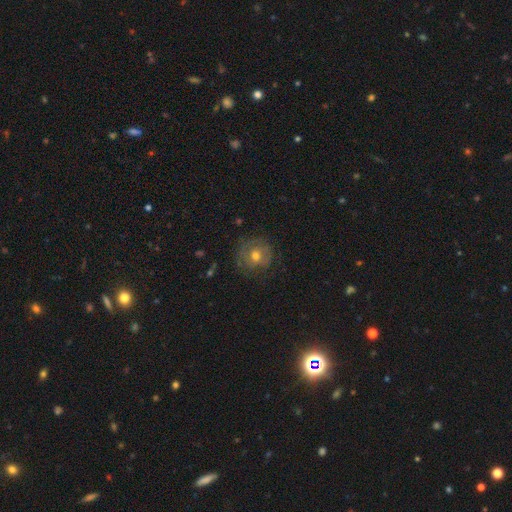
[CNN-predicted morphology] Q: Smooth or featured?
A: featured or disk (48%); runner-up: smooth (41%)
Q: Merging?
A: none (73%); runner-up: minor disturbance (17%)